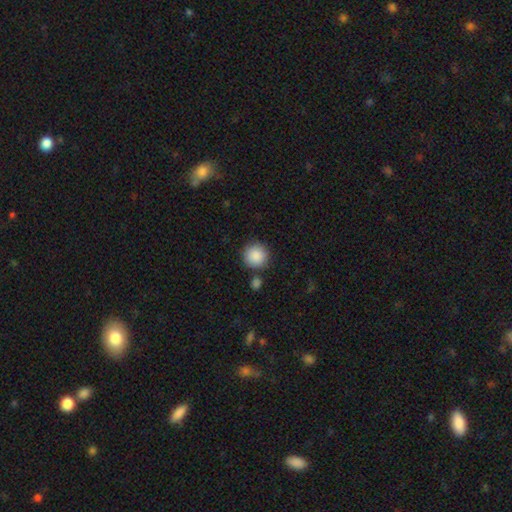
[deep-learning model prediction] Smooth or featured?
  - smooth: 89% *
  - star or artifact: 8%
  - featured or disk: 3%
How rounded?
  - round: 94% *
  - in between: 5%
  - cigar-shaped: 1%
Merging?
  - none: 83% *
  - minor disturbance: 8%
  - merger: 6%
  - major disturbance: 3%